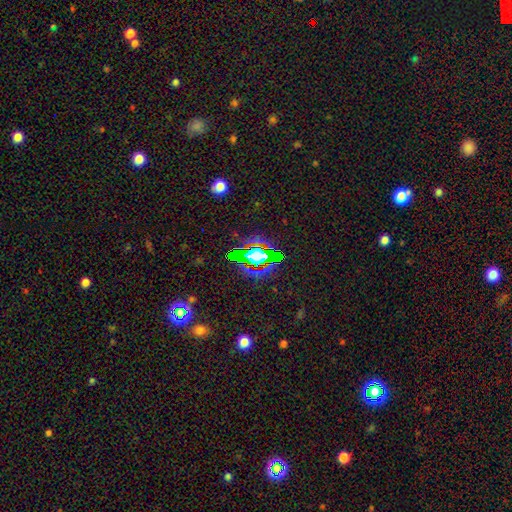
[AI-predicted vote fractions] This appears to be a star or artifact, not a galaxy (56%).